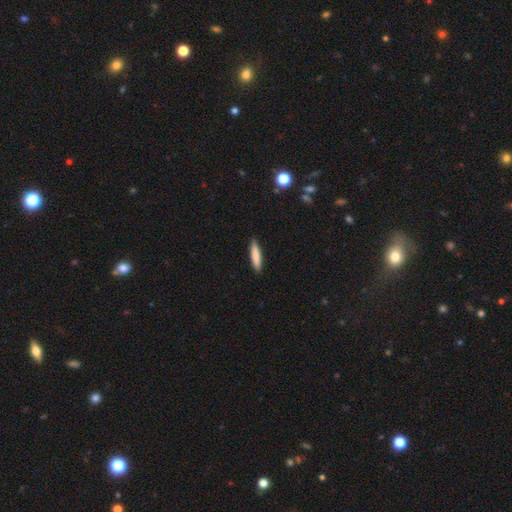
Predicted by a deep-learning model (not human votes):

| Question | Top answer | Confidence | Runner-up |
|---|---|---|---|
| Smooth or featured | smooth | 84% | featured or disk (11%) |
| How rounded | cigar-shaped | 84% | in between (15%) |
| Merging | none | 91% | minor disturbance (7%) |